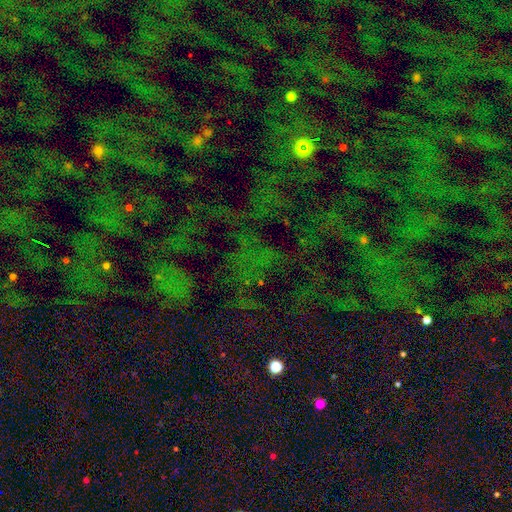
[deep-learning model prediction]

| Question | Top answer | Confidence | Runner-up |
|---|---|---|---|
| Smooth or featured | star or artifact | 76% | smooth (15%) |